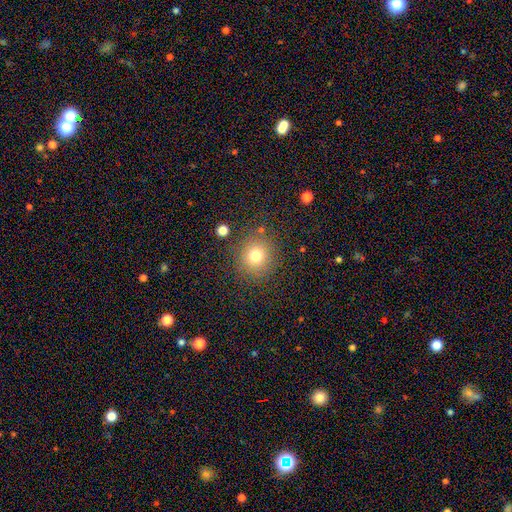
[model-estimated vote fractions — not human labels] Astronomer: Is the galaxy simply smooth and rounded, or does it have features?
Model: smooth — 76%.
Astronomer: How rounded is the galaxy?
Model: round — 87%.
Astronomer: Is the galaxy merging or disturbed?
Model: none — 84%.